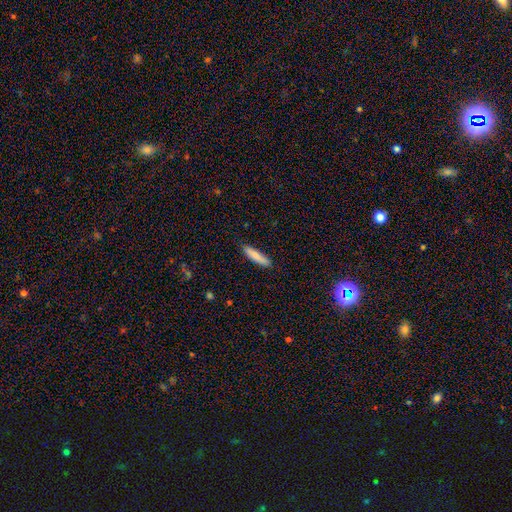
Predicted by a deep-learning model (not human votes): A smooth galaxy with no disk features (82%) that is cigar-shaped (78%).

Vote fractions:
- Smooth or featured? smooth: 82% / featured or disk: 12% / star or artifact: 6%
- How rounded? cigar-shaped: 78% / in between: 20% / round: 1%
- Merging? none: 85% / minor disturbance: 12% / major disturbance: 2% / merger: 1%